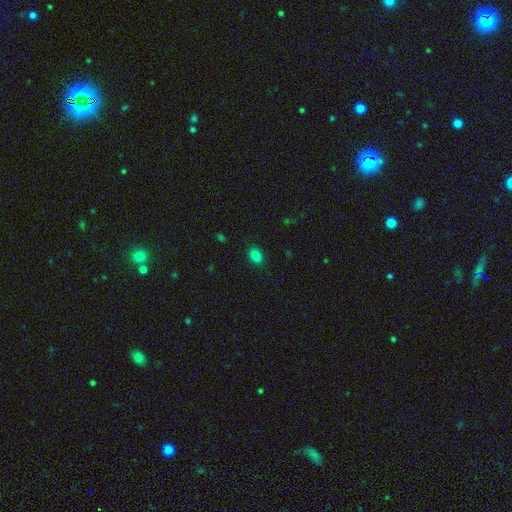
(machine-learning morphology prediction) Smooth or featured?
  - smooth: 83% *
  - star or artifact: 12%
  - featured or disk: 5%
How rounded?
  - in between: 70% *
  - round: 29%
  - cigar-shaped: 1%
Merging?
  - none: 88% *
  - minor disturbance: 9%
  - major disturbance: 2%
  - merger: 1%